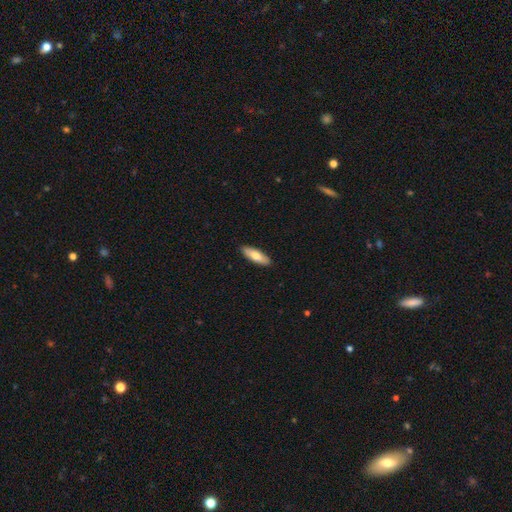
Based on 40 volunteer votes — A smooth galaxy with no disk features (65%) that is in between round and cigar-shaped (50%, tied with cigar-shaped). Merging: none (92%).